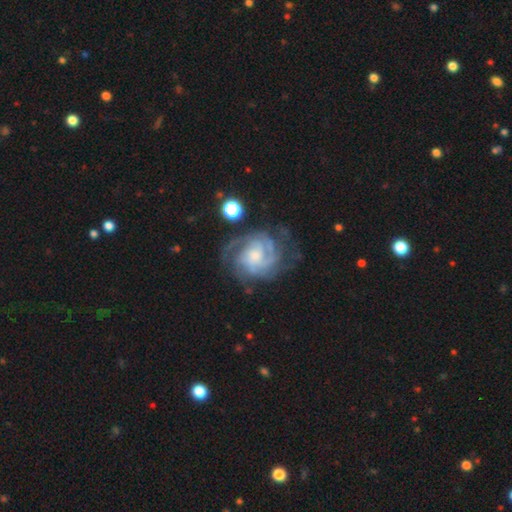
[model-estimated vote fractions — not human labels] The model was most divided on "spiral arm count": 3: 30%, can't tell: 25%, 2: 18%, 4: 15%, more than 4: 6%, 1: 6%. Remaining: edge-on disk — no (98%); spiral arms — yes (97%); smooth or featured — featured or disk (87%); merging — none (68%); spiral winding — tight (62%); bar — no (61%); bulge size — small (44%).